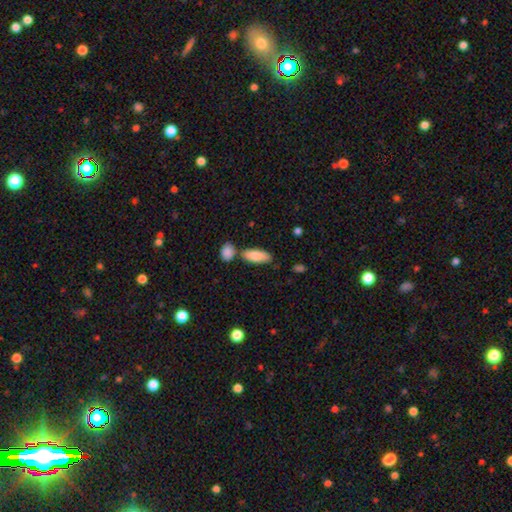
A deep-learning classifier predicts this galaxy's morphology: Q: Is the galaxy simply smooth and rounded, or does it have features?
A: smooth — 84%.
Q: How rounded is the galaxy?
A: in between — 75%.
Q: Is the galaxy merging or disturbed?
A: none — 69%.